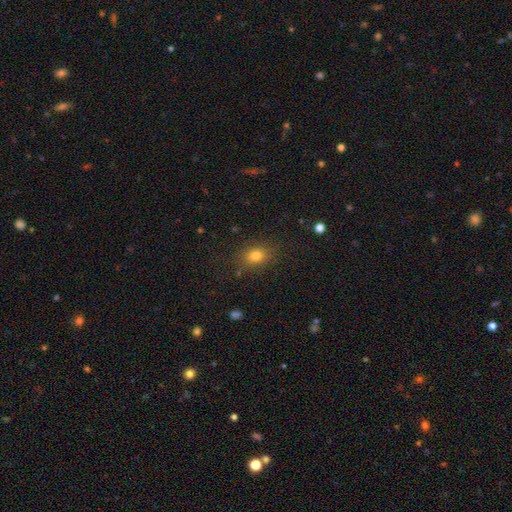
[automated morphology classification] Q: Smooth or featured?
A: smooth (79%); runner-up: star or artifact (13%)
Q: How rounded?
A: in between (58%); runner-up: round (40%)
Q: Merging?
A: none (83%); runner-up: minor disturbance (12%)